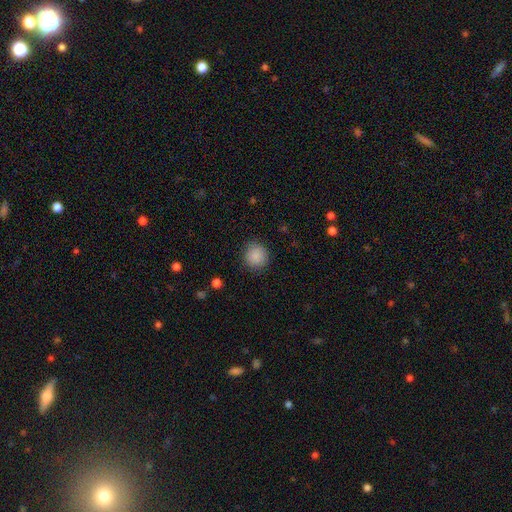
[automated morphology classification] Smooth or featured: smooth — 88% (star or artifact — 8%)
How rounded: round — 92% (in between — 7%)
Merging: none — 89% (minor disturbance — 7%)